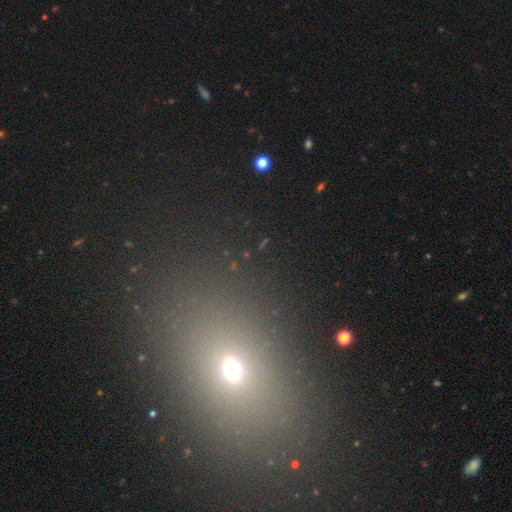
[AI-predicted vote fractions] Smooth or featured?
  - smooth: 52% *
  - star or artifact: 37%
  - featured or disk: 11%
How rounded?
  - in between: 59% *
  - round: 38%
  - cigar-shaped: 3%
Merging?
  - none: 87% *
  - minor disturbance: 7%
  - major disturbance: 4%
  - merger: 3%